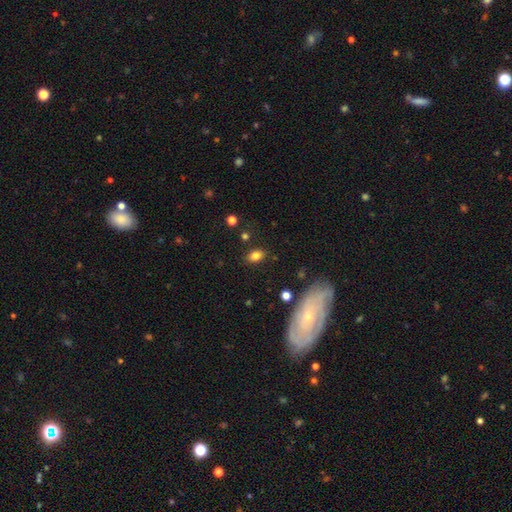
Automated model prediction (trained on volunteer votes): Smooth or featured: smooth — 79% (star or artifact — 11%)
How rounded: in between — 83% (round — 14%)
Merging: none — 84% (minor disturbance — 11%)